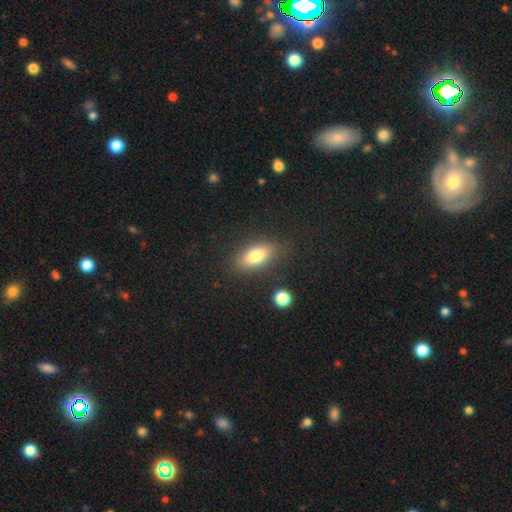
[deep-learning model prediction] This appears to be a smooth galaxy with no disk features (79%) that is in between round and cigar-shaped (85%). Merging: none (83%).